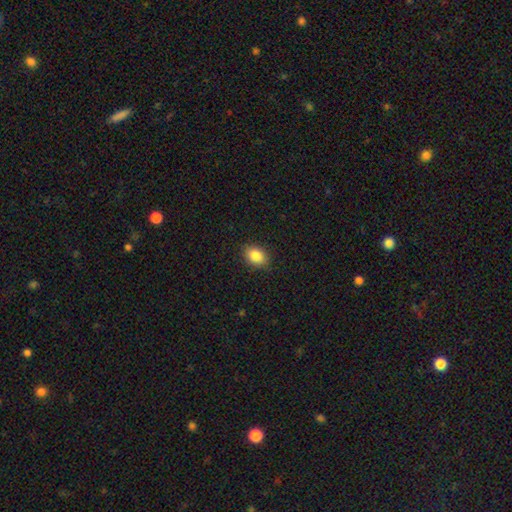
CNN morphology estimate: smooth 86%, star or artifact 9%, featured or disk 5%. Down the decision tree: how rounded — in between (72%); merging — none (88%).